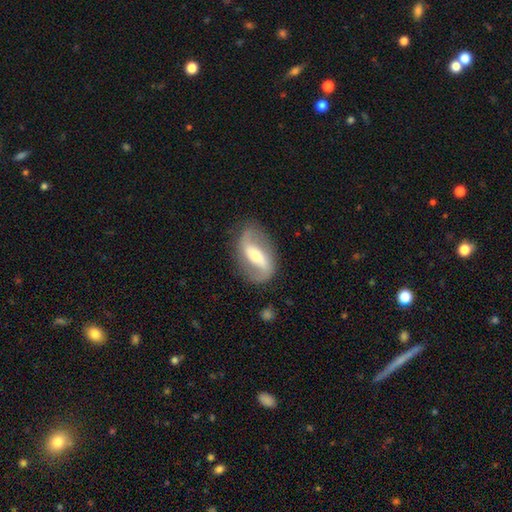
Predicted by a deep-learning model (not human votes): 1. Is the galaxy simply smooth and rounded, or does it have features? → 82% featured or disk, 13% smooth, 5% star or artifact.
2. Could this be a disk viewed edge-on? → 94% no, 6% yes.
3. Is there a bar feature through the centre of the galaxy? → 51% strong, 32% weak, 17% no.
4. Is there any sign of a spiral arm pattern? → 90% yes, 10% no.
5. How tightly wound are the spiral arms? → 59% loose, 31% medium, 11% tight.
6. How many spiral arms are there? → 91% 2, 4% can't tell, 3% 1, 1% 3, 1% 4, 1% more than 4.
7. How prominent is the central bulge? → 53% moderate, 36% small, 7% large, 2% none, 2% dominant.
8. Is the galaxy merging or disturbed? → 81% none, 13% minor disturbance, 5% major disturbance, 1% merger.